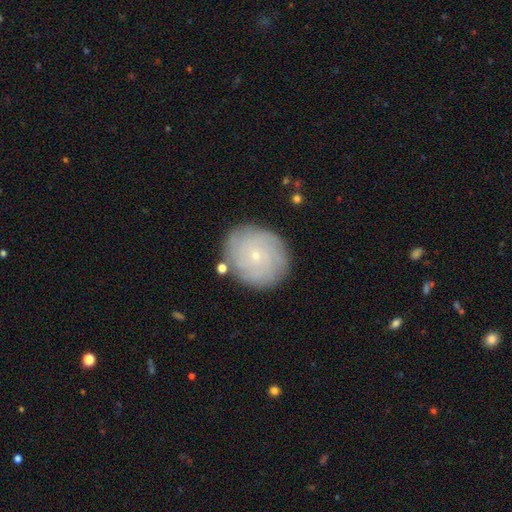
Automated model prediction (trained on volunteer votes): smooth-or-featured: featured or disk: 59% | smooth: 32% | star or artifact: 9%
  disk-edge-on: no: 97% | yes: 3%
    bar: no: 86% | weak: 12% | strong: 2%
    has-spiral-arms: yes: 83% | no: 17%
    bulge-size: small: 86% | moderate: 10% | none: 1% | large: 1% | dominant: 1%
  merging: none: 83% | minor disturbance: 12% | major disturbance: 3% | merger: 2%